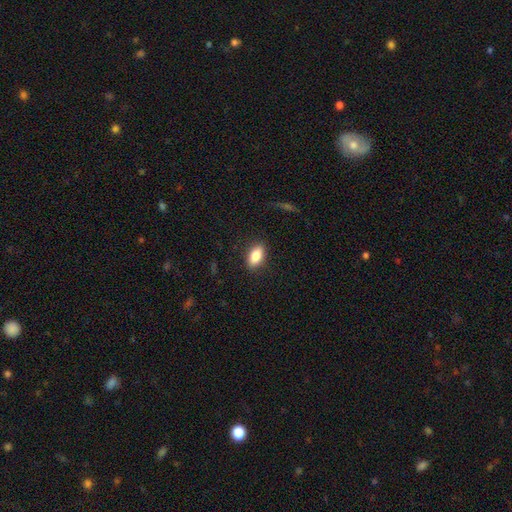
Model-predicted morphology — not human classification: Overall: smooth (84%). How rounded: in between (88%). Merging: none (86%).